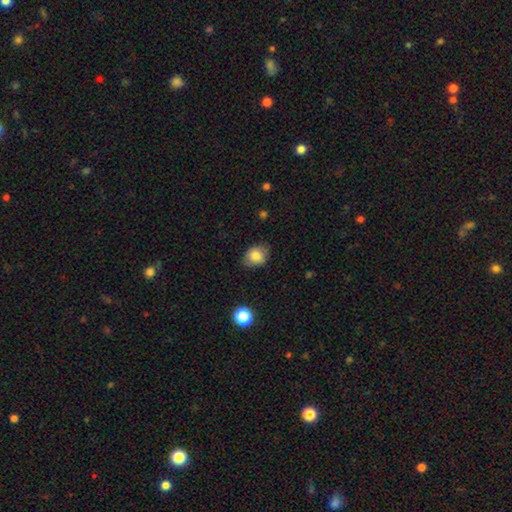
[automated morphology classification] type=smooth (81%); roundness=in between (58%); merging=none (71%).